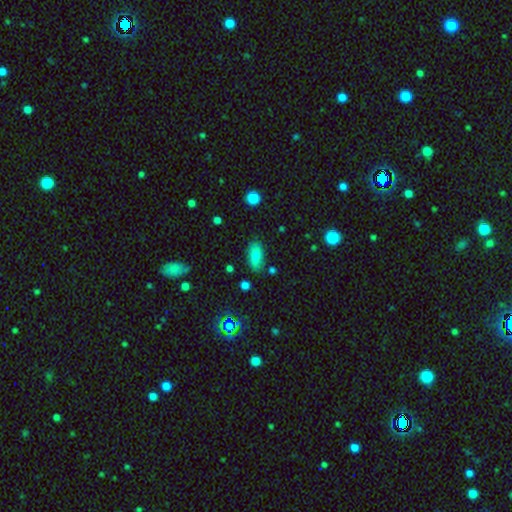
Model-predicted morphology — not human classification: A smooth galaxy with no disk features (81%) that is in between round and cigar-shaped (87%).

Vote fractions:
- Smooth or featured? smooth: 81% / star or artifact: 9% / featured or disk: 9%
- How rounded? in between: 87% / cigar-shaped: 9% / round: 3%
- Merging? none: 80% / minor disturbance: 14% / major disturbance: 3% / merger: 3%